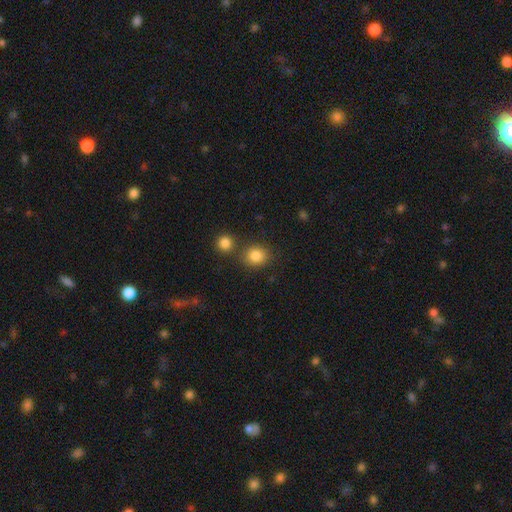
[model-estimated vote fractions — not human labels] smooth 85%, star or artifact 10%, featured or disk 5%. Down the decision tree: how rounded — round (79%); merging — none (72%).